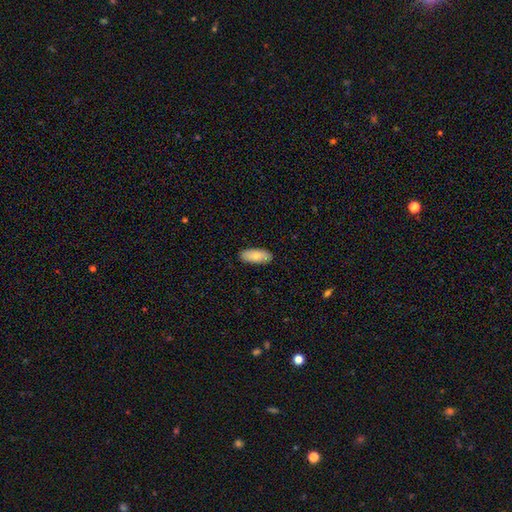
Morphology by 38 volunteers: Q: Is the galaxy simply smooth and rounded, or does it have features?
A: smooth — 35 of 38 (92%).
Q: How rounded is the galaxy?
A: in between — 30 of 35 (86%).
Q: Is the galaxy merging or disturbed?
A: none — 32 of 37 (86%).